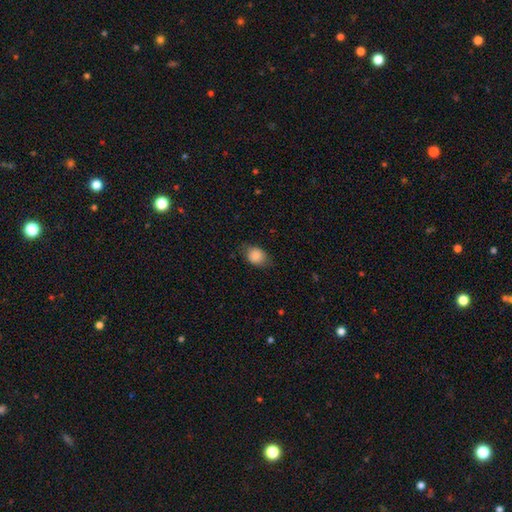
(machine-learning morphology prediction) smooth-or-featured: smooth: 85% | star or artifact: 8% | featured or disk: 7%
  how-rounded: in between: 58% | round: 40% | cigar-shaped: 1%
  merging: none: 72% | minor disturbance: 21% | major disturbance: 6% | merger: 1%